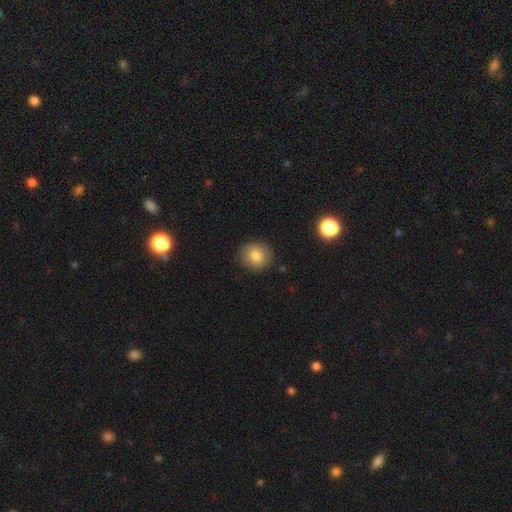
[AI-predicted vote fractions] Smooth or featured?
  - smooth: 81% *
  - featured or disk: 9%
  - star or artifact: 9%
How rounded?
  - round: 86% *
  - in between: 13%
  - cigar-shaped: 1%
Merging?
  - none: 87% *
  - minor disturbance: 9%
  - major disturbance: 2%
  - merger: 1%